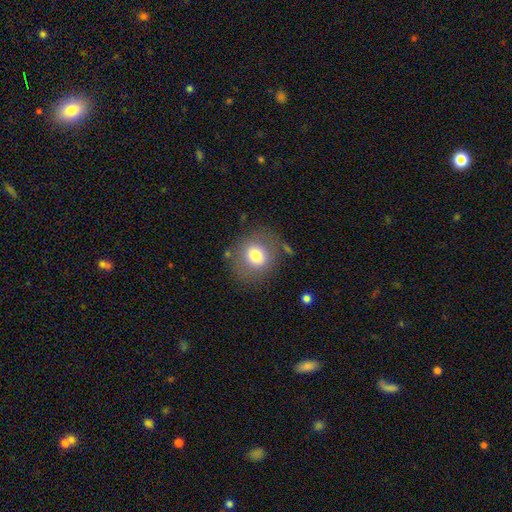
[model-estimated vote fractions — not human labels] The model was most divided on "smooth or featured": smooth: 73%, featured or disk: 17%, star or artifact: 10%. More confident: how rounded — round (83%); merging — none (77%).